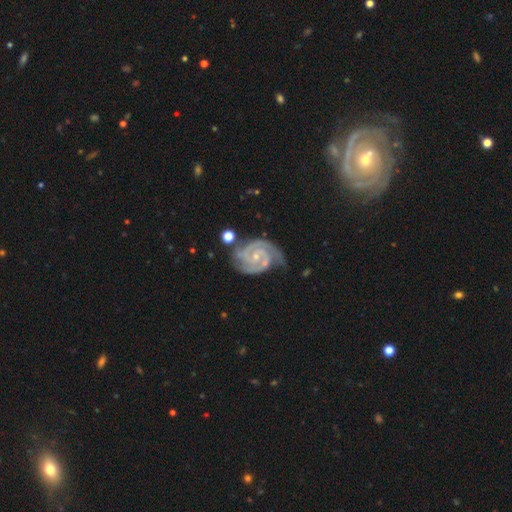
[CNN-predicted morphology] smooth_or_featured: featured or disk (p=0.92) [alt: star or artifact p=0.05]
disk_edge_on: no (p=0.98) [alt: yes p=0.02]
bar: no (p=0.61) [alt: weak p=0.30]
has_spiral_arms: yes (p=0.98) [alt: no p=0.02]
spiral_winding: tight (p=0.67) [alt: medium p=0.29]
spiral_arm_count: 2 (p=0.52) [alt: 3 p=0.29]
bulge_size: small (p=0.76) [alt: moderate p=0.20]
merging: none (p=0.60) [alt: minor disturbance p=0.25]